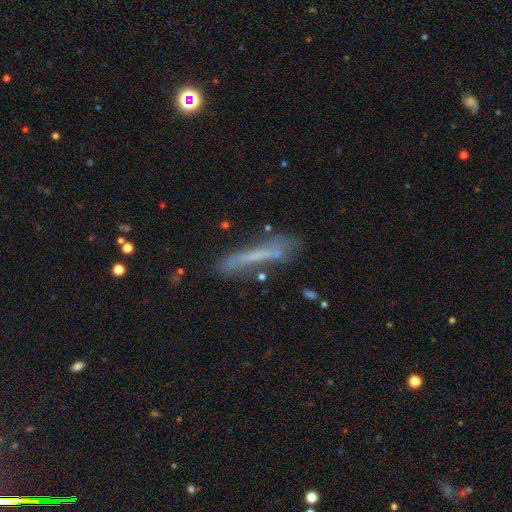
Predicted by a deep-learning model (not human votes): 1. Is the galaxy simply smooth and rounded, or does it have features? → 48% smooth, 42% featured or disk, 11% star or artifact.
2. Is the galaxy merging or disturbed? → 61% none, 23% minor disturbance, 10% major disturbance, 5% merger.